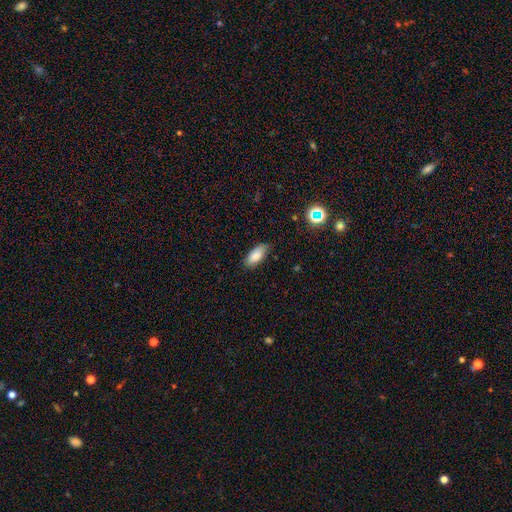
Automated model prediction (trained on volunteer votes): Smooth or featured: smooth — 84% (featured or disk — 8%)
How rounded: in between — 87% (cigar-shaped — 11%)
Merging: none — 76% (minor disturbance — 19%)